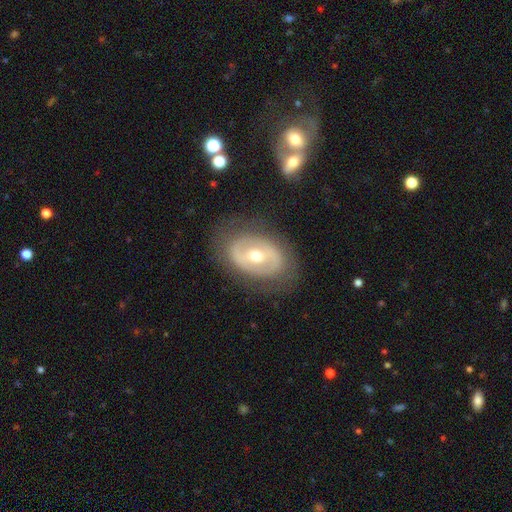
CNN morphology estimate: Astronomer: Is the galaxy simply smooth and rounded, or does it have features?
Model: featured or disk — 70%.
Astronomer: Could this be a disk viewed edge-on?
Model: no — 93%.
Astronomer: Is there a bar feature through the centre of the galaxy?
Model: weak — 35% (runner-up: no, 33%).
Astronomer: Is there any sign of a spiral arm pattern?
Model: no — 58% (runner-up: yes, 42%).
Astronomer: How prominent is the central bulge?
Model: moderate — 65%.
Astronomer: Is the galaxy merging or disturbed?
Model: none — 78%.